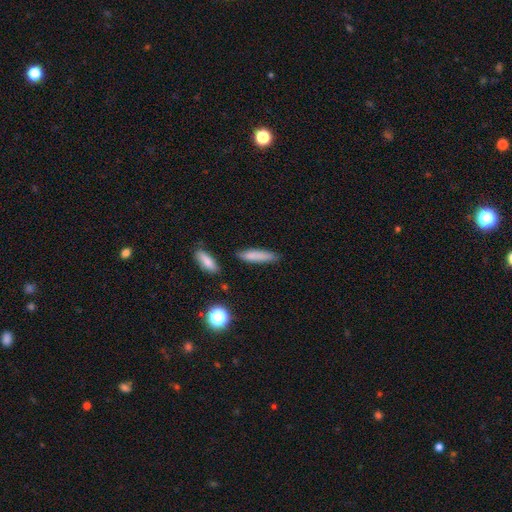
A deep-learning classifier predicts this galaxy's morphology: Smooth or featured: smooth — 81% (featured or disk — 11%)
How rounded: cigar-shaped — 77% (in between — 21%)
Merging: none — 80% (minor disturbance — 13%)